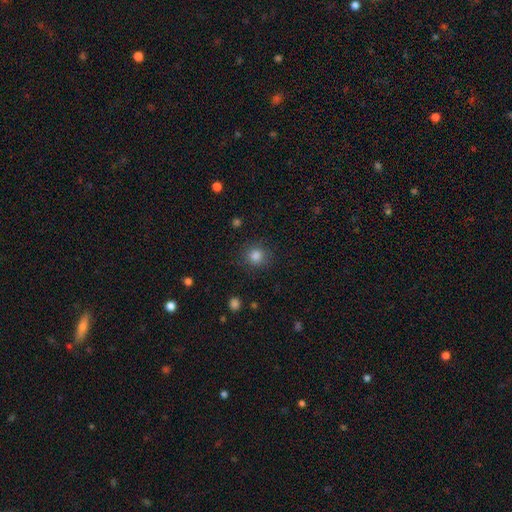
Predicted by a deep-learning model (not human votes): Q: Smooth or featured?
A: smooth (84%); runner-up: star or artifact (12%)
Q: How rounded?
A: round (88%); runner-up: in between (11%)
Q: Merging?
A: none (86%); runner-up: minor disturbance (9%)